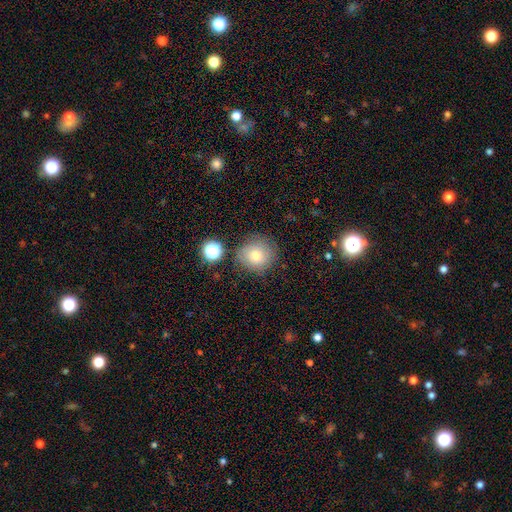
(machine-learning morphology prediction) Q: Smooth or featured?
A: smooth (72%); runner-up: featured or disk (14%)
Q: How rounded?
A: round (91%); runner-up: in between (8%)
Q: Merging?
A: none (79%); runner-up: minor disturbance (12%)